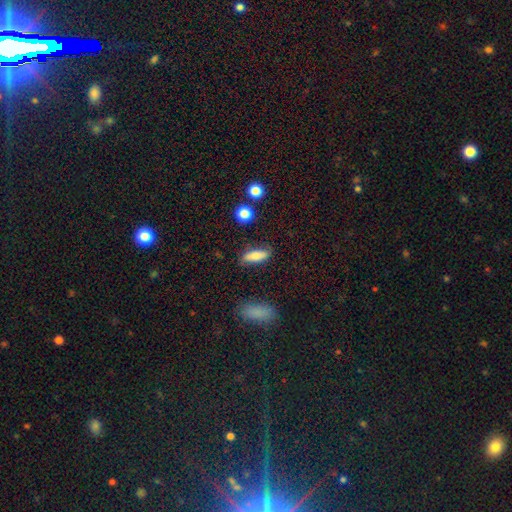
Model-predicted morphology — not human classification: Q: Smooth or featured?
A: smooth (74%); runner-up: featured or disk (18%)
Q: How rounded?
A: in between (65%); runner-up: cigar-shaped (32%)
Q: Merging?
A: none (79%); runner-up: minor disturbance (15%)